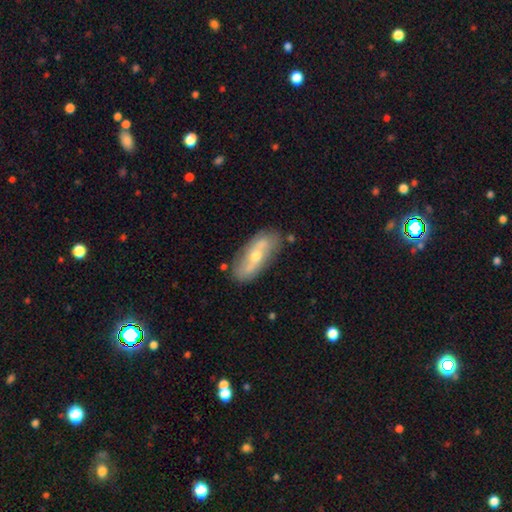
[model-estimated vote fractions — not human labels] Smooth or featured? featured or disk (64%)
Edge-on disk? no (81%)
Bar? no (44%)
Spiral arms? yes (66%)
Bulge size? moderate (60%)
Merging? none (78%)